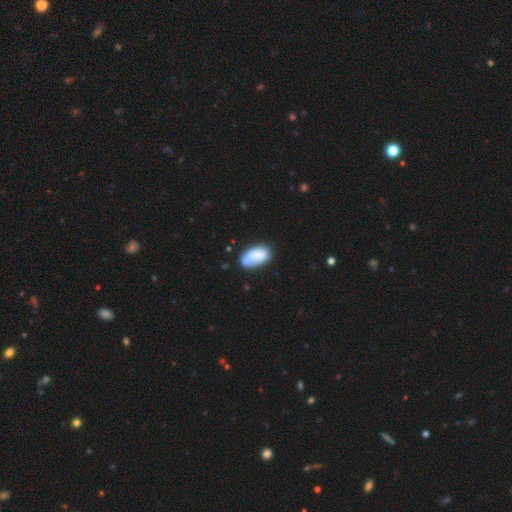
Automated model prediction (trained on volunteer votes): smooth_or_featured: smooth (p=0.79) [alt: featured or disk p=0.14]
how_rounded: in between (p=0.94) [alt: cigar-shaped p=0.03]
merging: none (p=0.66) [alt: minor disturbance p=0.22]